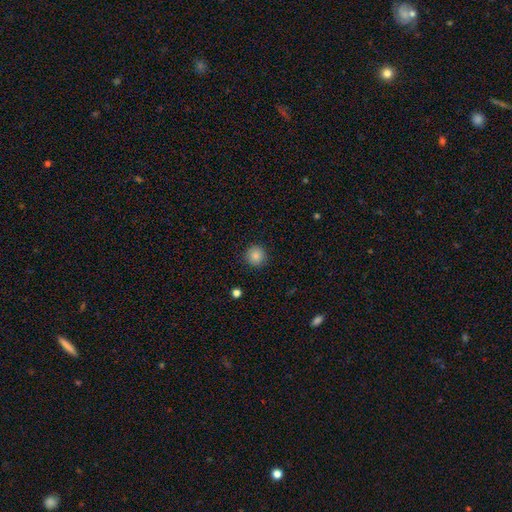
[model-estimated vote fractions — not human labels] This appears to be a smooth galaxy with no disk features (85%) that is round (94%). Merging: none (90%).